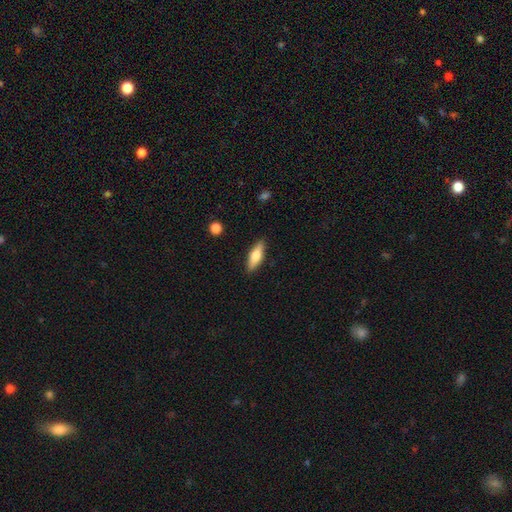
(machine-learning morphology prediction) type=smooth (59%); roundness=in between (49%); merging=none (88%).